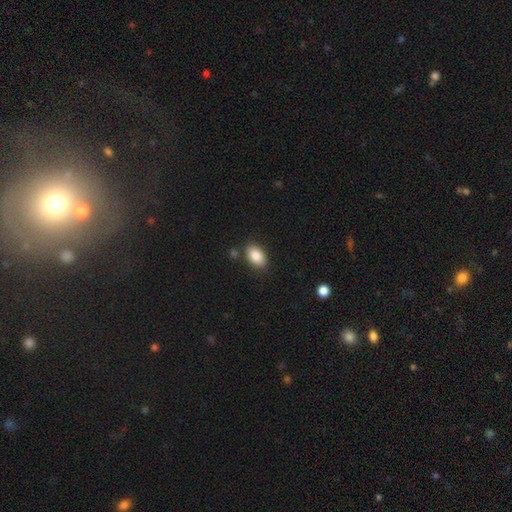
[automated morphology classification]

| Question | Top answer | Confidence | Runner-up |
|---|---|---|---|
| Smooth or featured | smooth | 88% | star or artifact (7%) |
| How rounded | in between | 89% | round (9%) |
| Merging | none | 82% | minor disturbance (11%) |